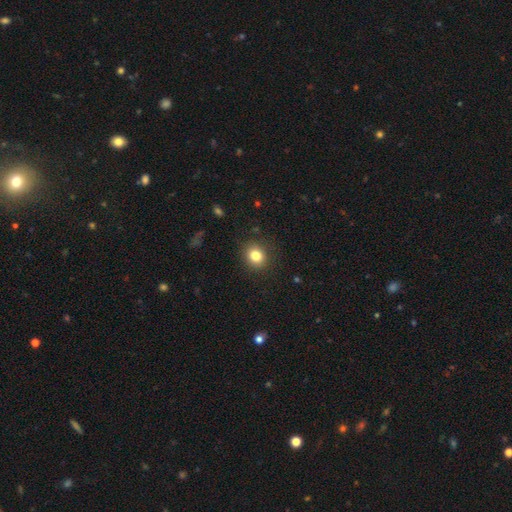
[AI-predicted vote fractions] Q: Smooth or featured?
A: smooth (83%); runner-up: star or artifact (11%)
Q: How rounded?
A: round (73%); runner-up: in between (27%)
Q: Merging?
A: none (89%); runner-up: minor disturbance (8%)